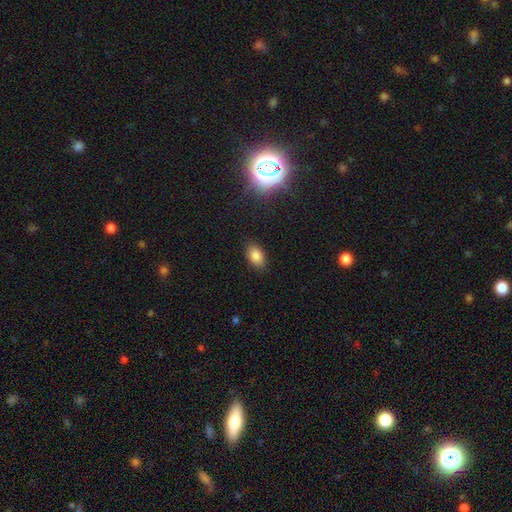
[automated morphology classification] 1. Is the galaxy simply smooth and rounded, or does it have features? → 83% smooth, 11% star or artifact, 6% featured or disk.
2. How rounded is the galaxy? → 89% in between, 10% round, 2% cigar-shaped.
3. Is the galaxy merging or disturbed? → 86% none, 10% minor disturbance, 3% major disturbance, 1% merger.